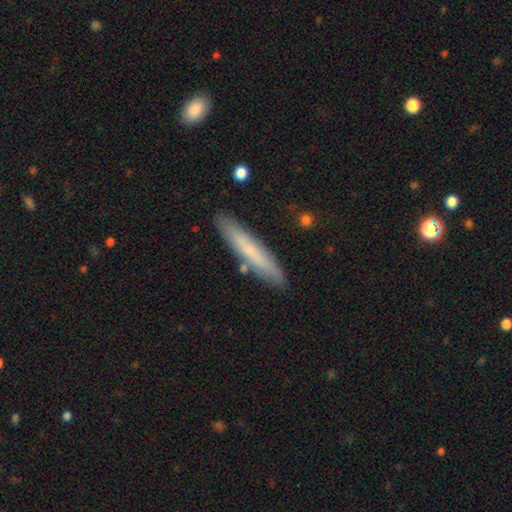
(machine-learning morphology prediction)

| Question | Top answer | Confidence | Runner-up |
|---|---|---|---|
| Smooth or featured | smooth | 65% | featured or disk (29%) |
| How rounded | cigar-shaped | 90% | in between (9%) |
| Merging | none | 82% | minor disturbance (11%) |